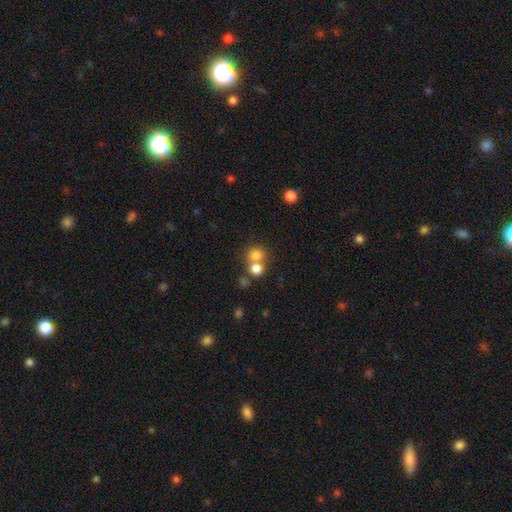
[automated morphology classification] smooth_or_featured: smooth (p=0.77) [alt: star or artifact p=0.14]
how_rounded: round (p=0.78) [alt: in between p=0.21]
merging: none (p=0.46) [alt: merger p=0.44]